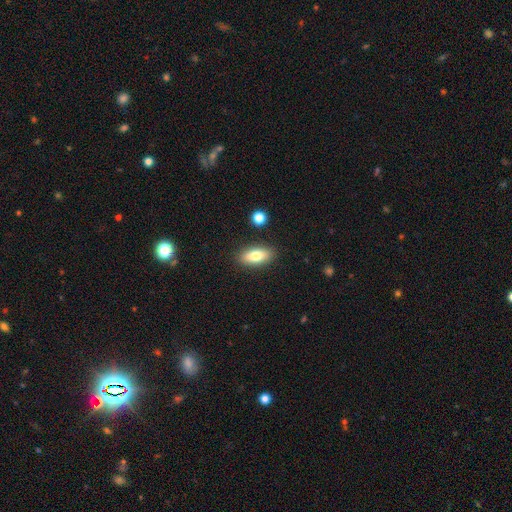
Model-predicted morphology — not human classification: A smooth galaxy with no disk features (77%) that is in between round and cigar-shaped (80%). Merging: none (87%).